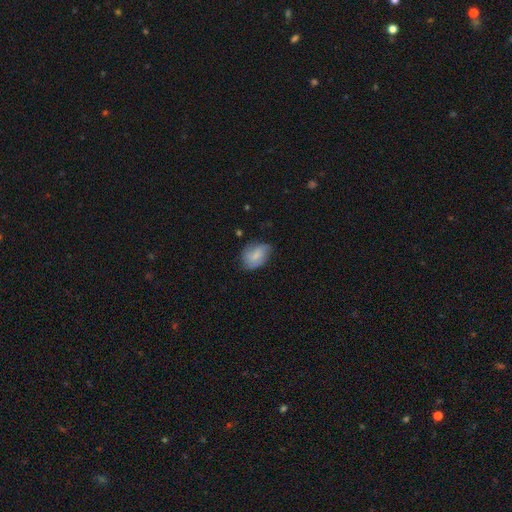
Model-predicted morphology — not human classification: Smooth or featured? Predicted: smooth (p=0.58). How rounded? Predicted: in between (p=0.75). Merging? Predicted: none (p=0.56).